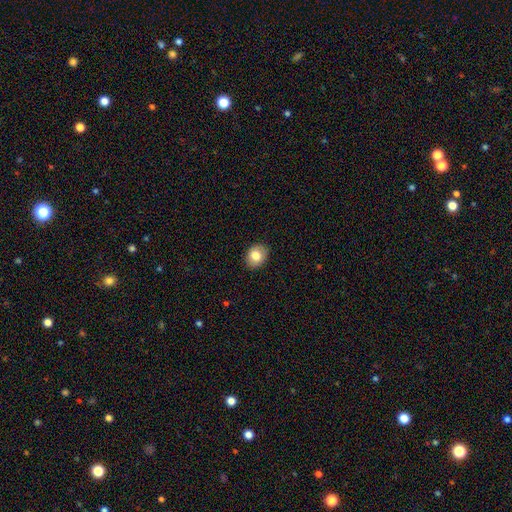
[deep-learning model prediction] smooth 80%, featured or disk 11%, star or artifact 8%. Down the decision tree: how rounded — round (50%); merging — none (88%).